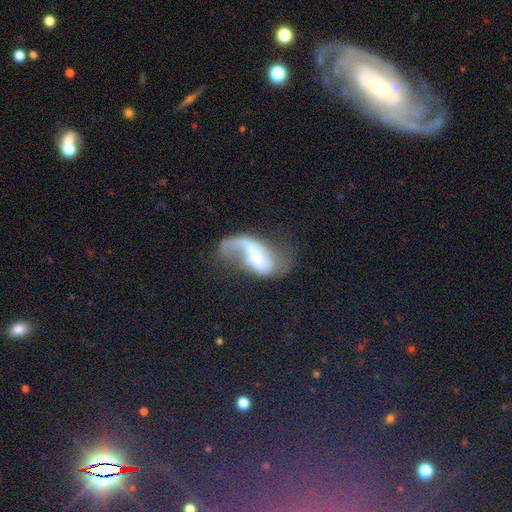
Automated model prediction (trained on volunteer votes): Smooth or featured: featured or disk — 64% (smooth — 28%)
Edge-on disk: no — 94% (yes — 6%)
Bar: no — 41% (weak — 35%)
Spiral arms: yes — 77% (no — 23%)
Bulge size: small — 40% (moderate — 29%)
Merging: major disturbance — 48% (none — 25%)